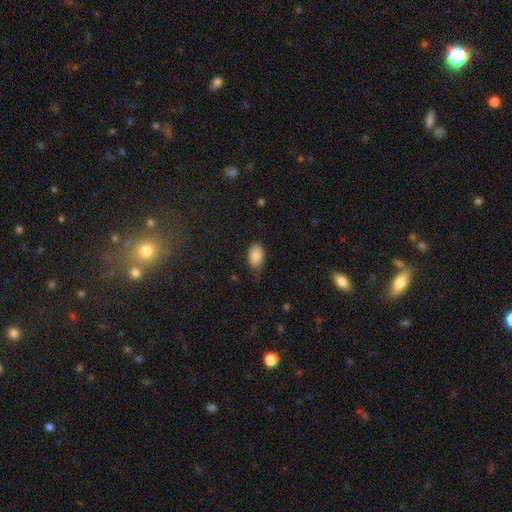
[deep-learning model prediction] The model was most divided on "merging": none: 58%, minor disturbance: 32%, major disturbance: 8%, merger: 1%. More confident: how rounded — in between (90%); smooth or featured — smooth (87%).